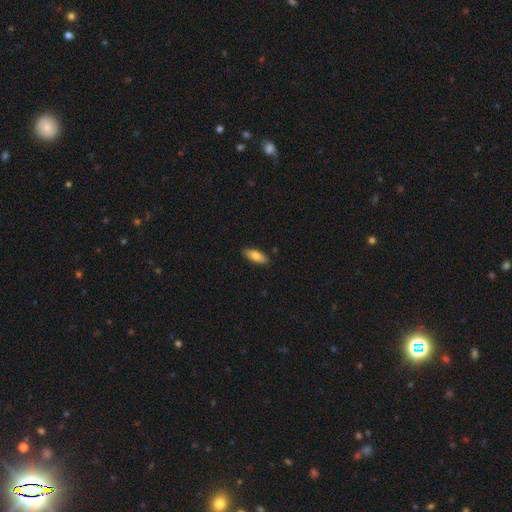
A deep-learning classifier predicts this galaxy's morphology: A smooth galaxy with no disk features (81%) that is in between round and cigar-shaped (73%).

Vote fractions:
- Smooth or featured? smooth: 81% / featured or disk: 13% / star or artifact: 6%
- How rounded? in between: 73% / cigar-shaped: 25% / round: 2%
- Merging? none: 87% / minor disturbance: 10% / major disturbance: 2% / merger: 1%